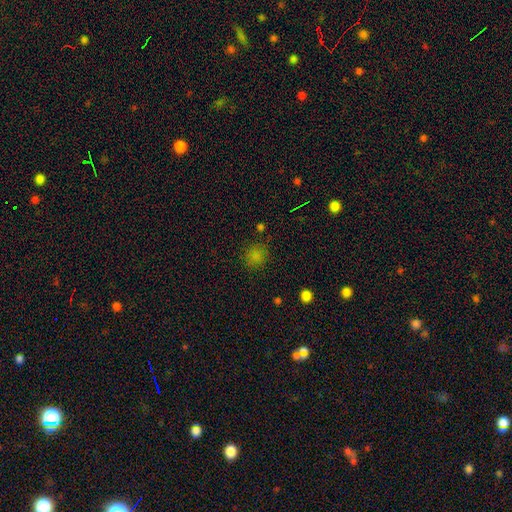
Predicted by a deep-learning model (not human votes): Q: Smooth or featured?
A: smooth (77%); runner-up: star or artifact (18%)
Q: How rounded?
A: round (84%); runner-up: in between (15%)
Q: Merging?
A: none (80%); runner-up: minor disturbance (13%)